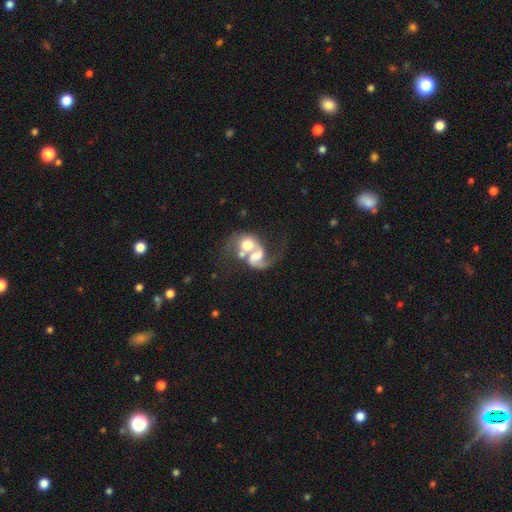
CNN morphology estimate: This is likely a featured or disk galaxy (69%). It is clearly not viewed edge-on (97%). Bar: possibly no (54%). Spiral arm pattern: clearly yes (81%). Spiral arm count: possibly 2 (55%). Spiral winding: likely loose (63%). Central bulge: marginally moderate (38%). Merging: likely merger (71%).